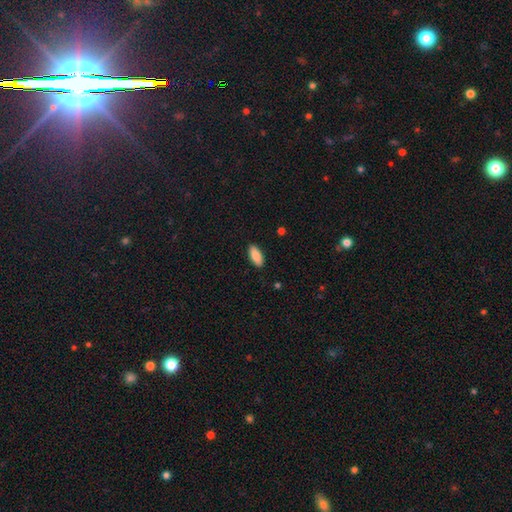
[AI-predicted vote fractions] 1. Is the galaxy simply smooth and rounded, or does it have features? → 87% smooth, 7% featured or disk, 6% star or artifact.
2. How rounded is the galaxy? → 86% in between, 12% cigar-shaped, 2% round.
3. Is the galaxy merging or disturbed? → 89% none, 8% minor disturbance, 2% major disturbance, 1% merger.